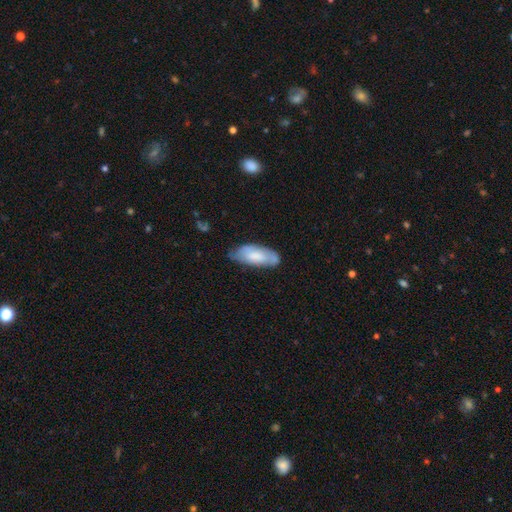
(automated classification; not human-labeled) Overall: smooth (68%). How rounded: in between (80%). Merging: none (59%; minor disturbance 32%).